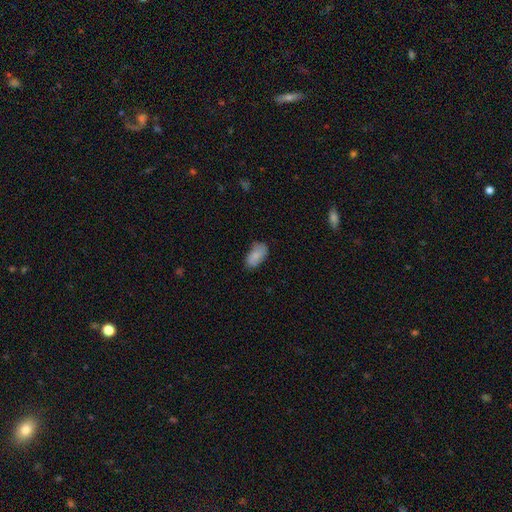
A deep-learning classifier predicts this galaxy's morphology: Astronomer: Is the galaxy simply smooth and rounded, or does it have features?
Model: smooth — 82%.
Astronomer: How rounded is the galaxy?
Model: in between — 94%.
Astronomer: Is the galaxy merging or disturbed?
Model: none — 70%.